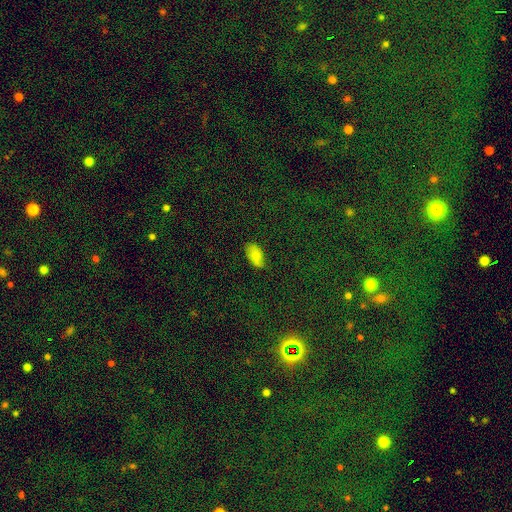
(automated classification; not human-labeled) A smooth galaxy with no disk features (75%) that is in between round and cigar-shaped (95%).

Vote fractions:
- Smooth or featured? smooth: 75% / star or artifact: 13% / featured or disk: 12%
- How rounded? in between: 95% / round: 3% / cigar-shaped: 2%
- Merging? none: 72% / minor disturbance: 22% / major disturbance: 5% / merger: 2%